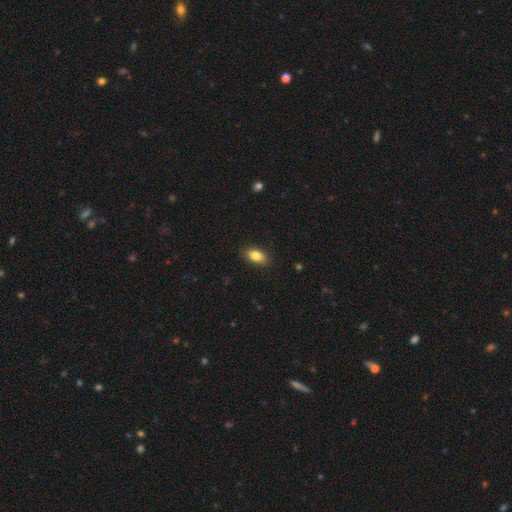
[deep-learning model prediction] Smooth or featured?
  - smooth: 84% *
  - featured or disk: 8%
  - star or artifact: 8%
How rounded?
  - in between: 89% *
  - round: 6%
  - cigar-shaped: 5%
Merging?
  - none: 88% *
  - minor disturbance: 9%
  - major disturbance: 2%
  - merger: 1%